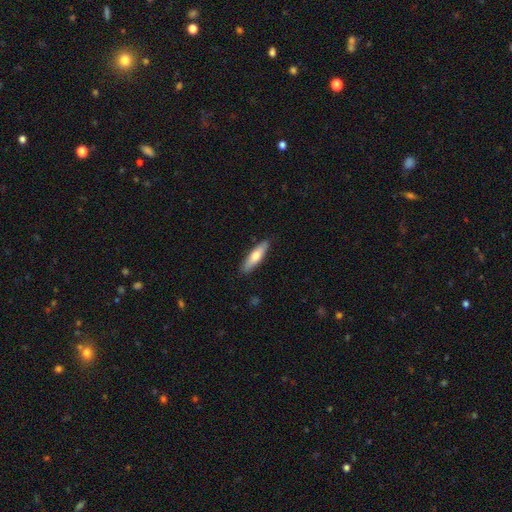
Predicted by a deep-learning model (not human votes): This is likely a smooth galaxy (65%). How rounded: likely cigar-shaped (66%). Merging: clearly none (88%).